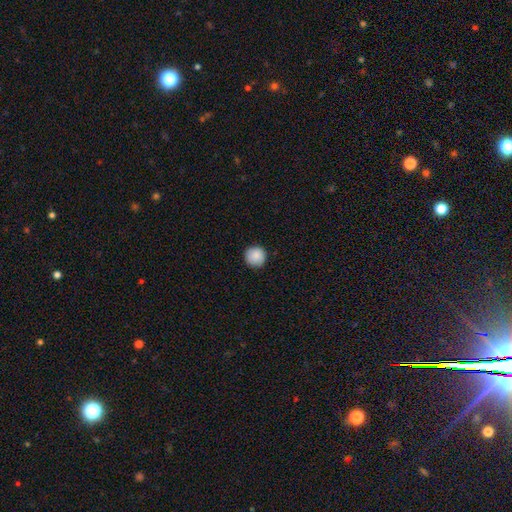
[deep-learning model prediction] The model was most divided on "smooth or featured": smooth: 88%, star or artifact: 8%, featured or disk: 4%. More confident: how rounded — round (95%); merging — none (91%).